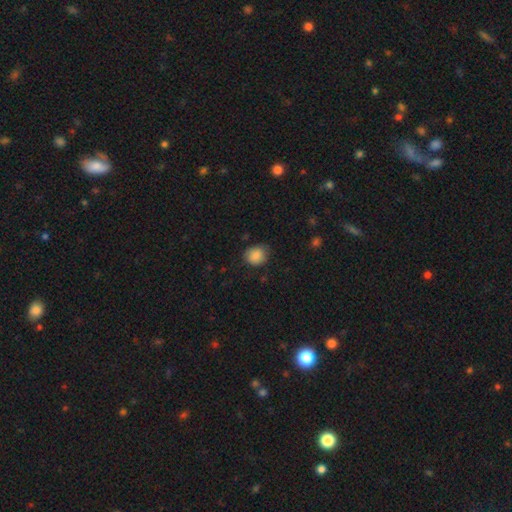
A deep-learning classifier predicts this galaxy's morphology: A smooth galaxy with no disk features (86%) that is round (68%).

Vote fractions:
- Smooth or featured? smooth: 86% / star or artifact: 8% / featured or disk: 5%
- How rounded? round: 68% / in between: 31% / cigar-shaped: 1%
- Merging? none: 74% / minor disturbance: 21% / major disturbance: 4% / merger: 1%